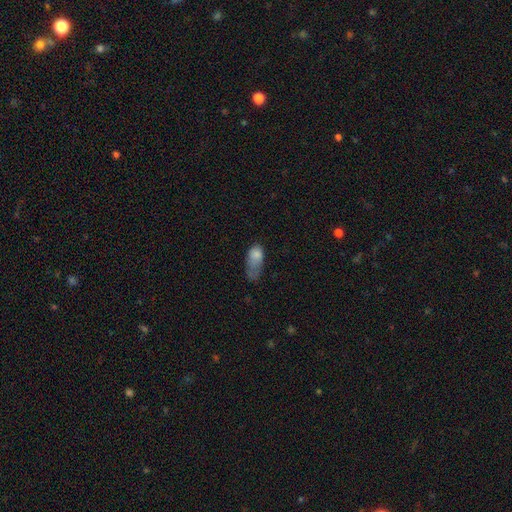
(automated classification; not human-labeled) A smooth galaxy with no disk features (76%) that is in between round and cigar-shaped (87%). Merging: major disturbance (44%).